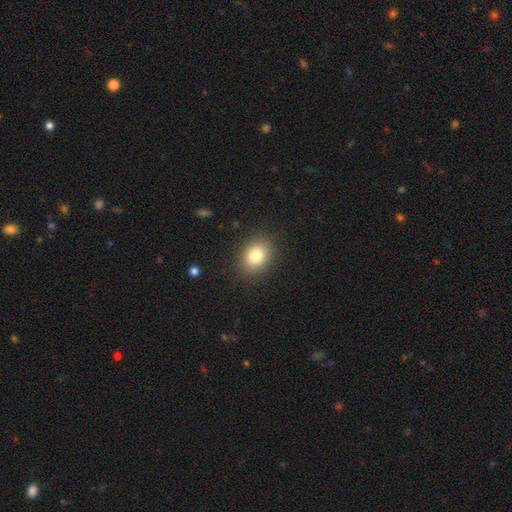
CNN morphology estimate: A smooth galaxy with no disk features (82%) that is in between round and cigar-shaped (55%).

Vote fractions:
- Smooth or featured? smooth: 82% / star or artifact: 10% / featured or disk: 8%
- How rounded? in between: 55% / round: 44% / cigar-shaped: 1%
- Merging? none: 88% / minor disturbance: 8% / major disturbance: 3% / merger: 1%